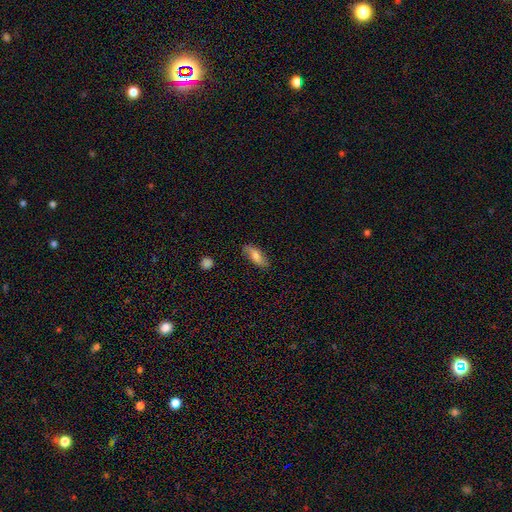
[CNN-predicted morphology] type=smooth (58%); roundness=in between (76%); merging=none (75%).